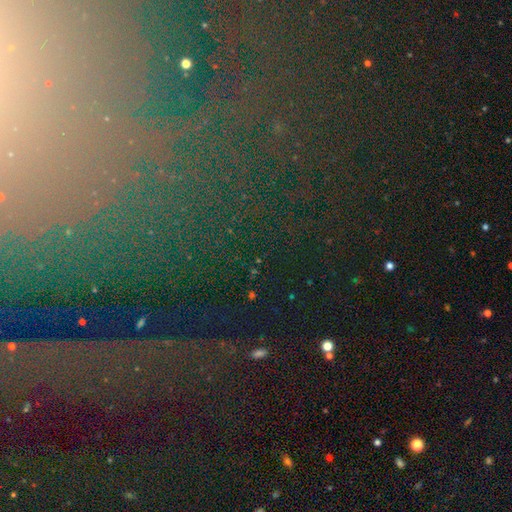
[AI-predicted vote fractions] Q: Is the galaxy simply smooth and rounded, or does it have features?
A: star or artifact — 73%.